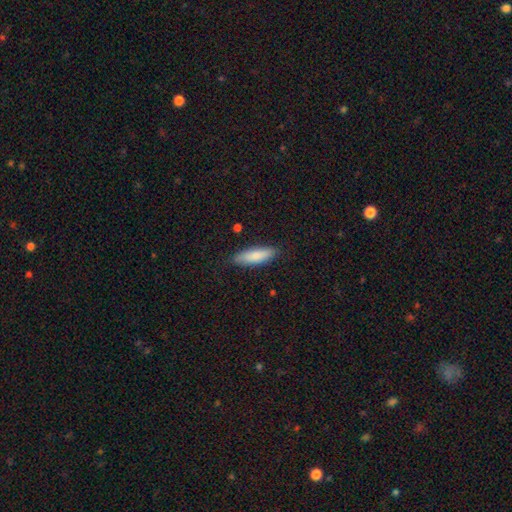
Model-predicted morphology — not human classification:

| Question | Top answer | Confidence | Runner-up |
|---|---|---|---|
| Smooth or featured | smooth | 84% | featured or disk (10%) |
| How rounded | cigar-shaped | 57% | in between (42%) |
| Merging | none | 86% | minor disturbance (11%) |